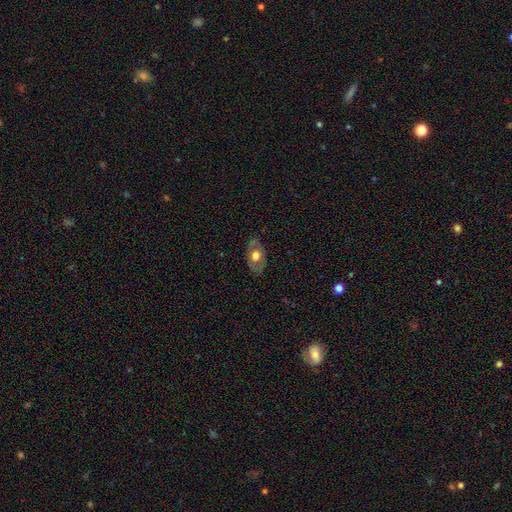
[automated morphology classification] Q: Smooth or featured?
A: smooth (52%); runner-up: featured or disk (41%)
Q: How rounded?
A: in between (83%); runner-up: round (15%)
Q: Merging?
A: none (78%); runner-up: minor disturbance (17%)